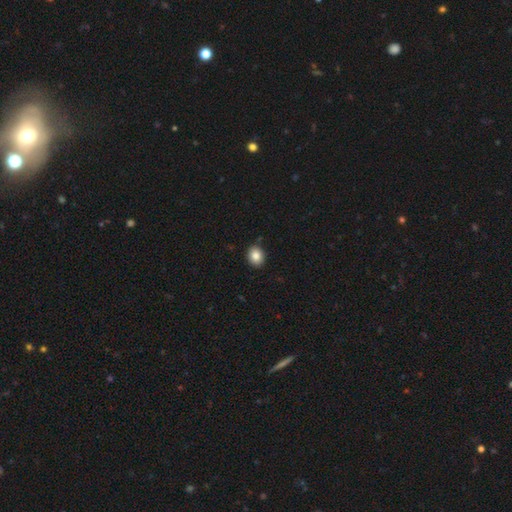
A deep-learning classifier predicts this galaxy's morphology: This is clearly a smooth galaxy (85%). How rounded: possibly round (54%). Merging: clearly none (89%).